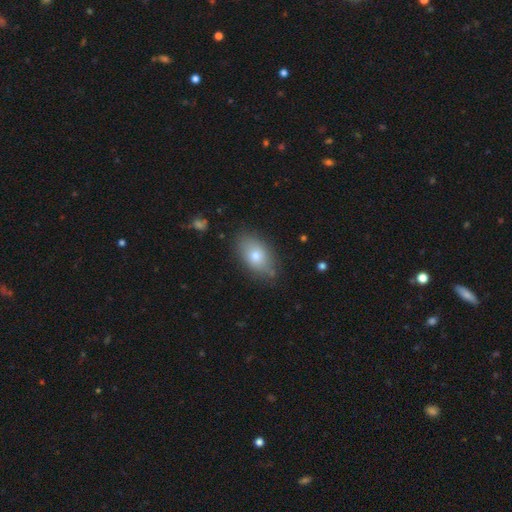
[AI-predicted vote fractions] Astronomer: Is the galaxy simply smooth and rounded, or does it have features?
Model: smooth — 75%.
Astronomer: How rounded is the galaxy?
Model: in between — 88%.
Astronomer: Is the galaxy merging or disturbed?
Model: none — 80%.